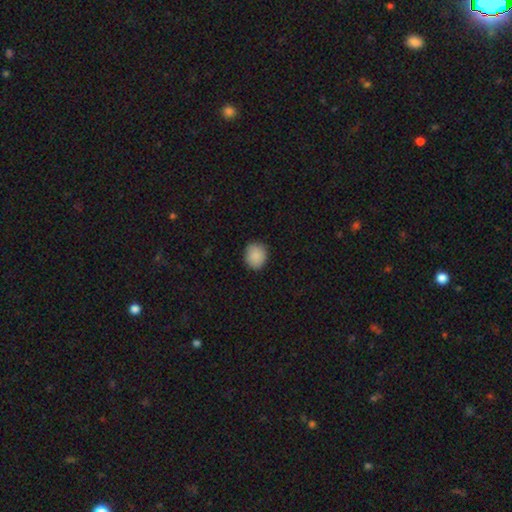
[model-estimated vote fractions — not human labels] The model was most divided on "how rounded": round: 78%, in between: 21%, cigar-shaped: 1%. More confident: smooth or featured — smooth (88%); merging — none (87%).